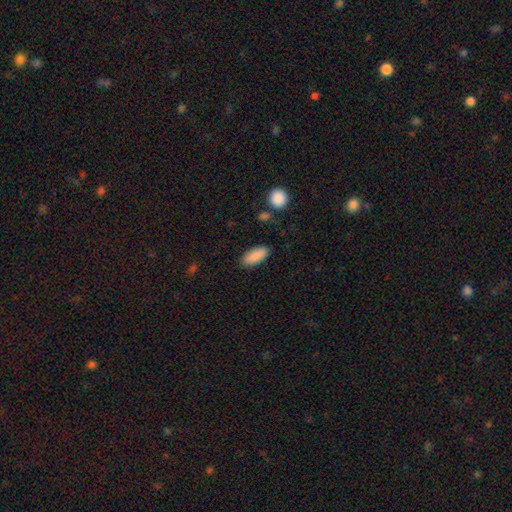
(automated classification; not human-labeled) smooth_or_featured: smooth (p=0.89) [alt: star or artifact p=0.07]
how_rounded: in between (p=0.81) [alt: cigar-shaped p=0.17]
merging: none (p=0.86) [alt: minor disturbance p=0.09]